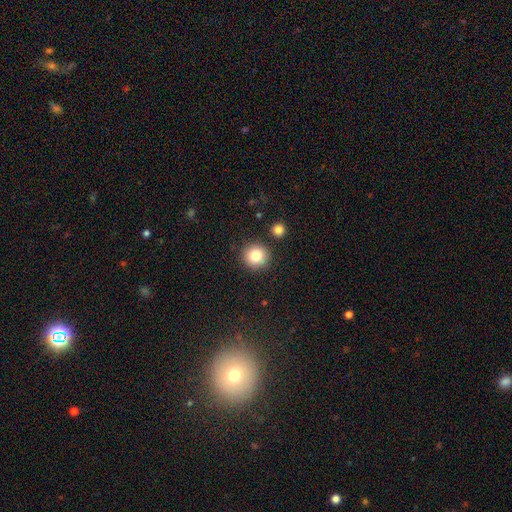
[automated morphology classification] smooth-or-featured: smooth: 82% | star or artifact: 10% | featured or disk: 8%
  how-rounded: round: 94% | in between: 5% | cigar-shaped: 1%
  merging: none: 88% | minor disturbance: 7% | merger: 4% | major disturbance: 2%